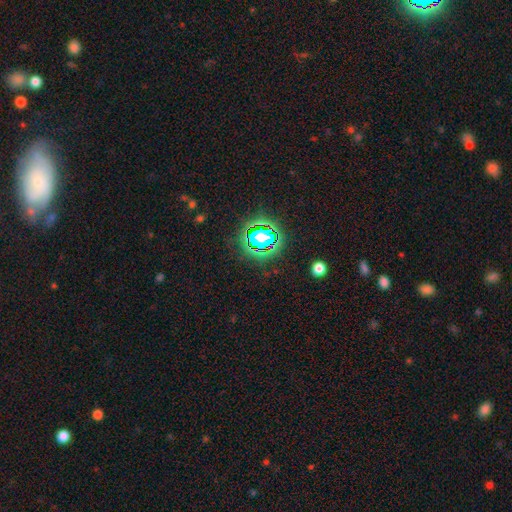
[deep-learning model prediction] star or artifact 75%, smooth 16%, featured or disk 10%.